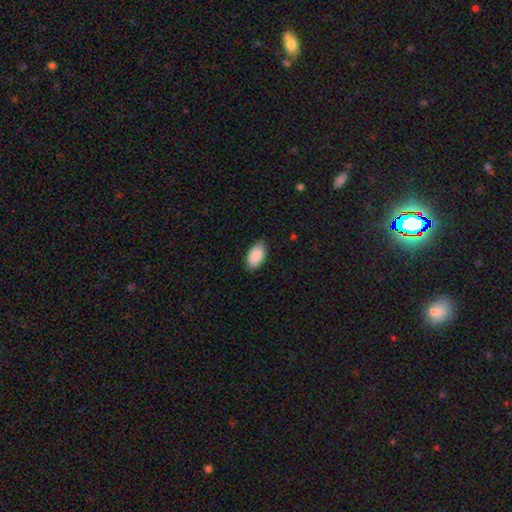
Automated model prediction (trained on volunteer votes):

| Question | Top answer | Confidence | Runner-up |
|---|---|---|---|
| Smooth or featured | smooth | 90% | star or artifact (6%) |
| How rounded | in between | 95% | round (3%) |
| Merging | none | 82% | minor disturbance (15%) |